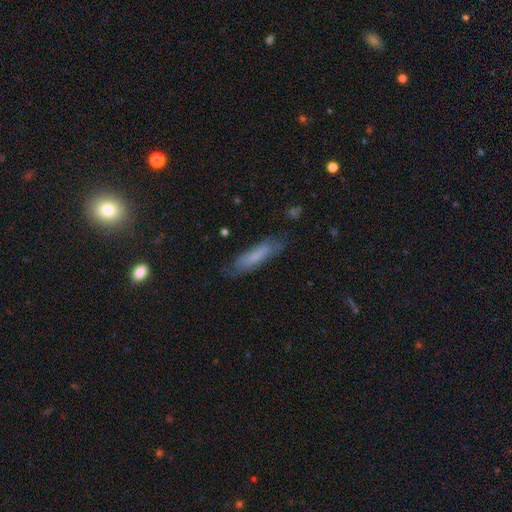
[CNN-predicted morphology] The model was most divided on "smooth or featured": smooth: 62%, featured or disk: 30%, star or artifact: 8%. More confident: merging — none (74%); how rounded — cigar-shaped (72%).